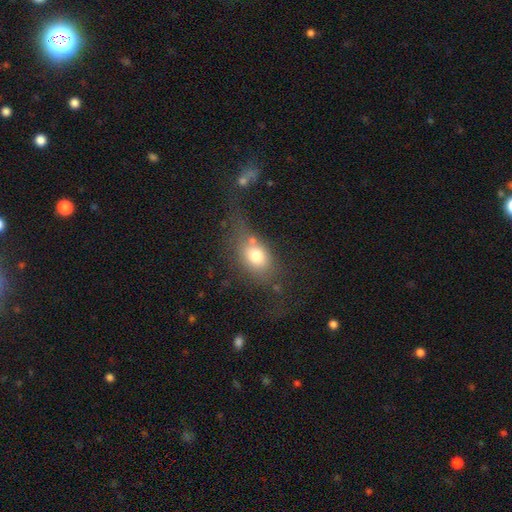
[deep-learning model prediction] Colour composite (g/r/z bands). It shows a smooth galaxy with no disk features (74%) that is in between round and cigar-shaped (68%). Merging: none (46%).